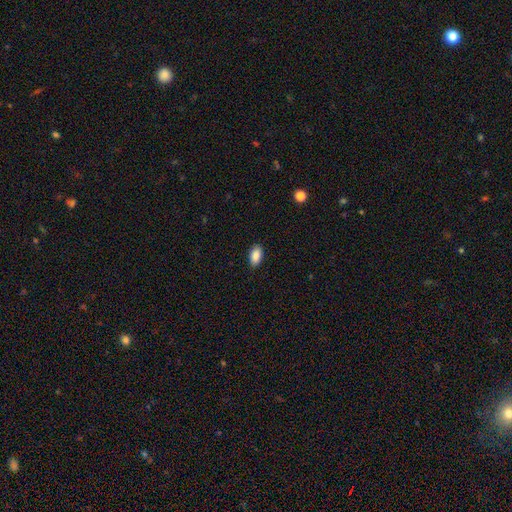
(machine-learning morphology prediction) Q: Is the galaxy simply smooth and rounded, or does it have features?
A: smooth — 89%.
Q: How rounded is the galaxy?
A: in between — 94%.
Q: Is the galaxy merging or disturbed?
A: none — 89%.